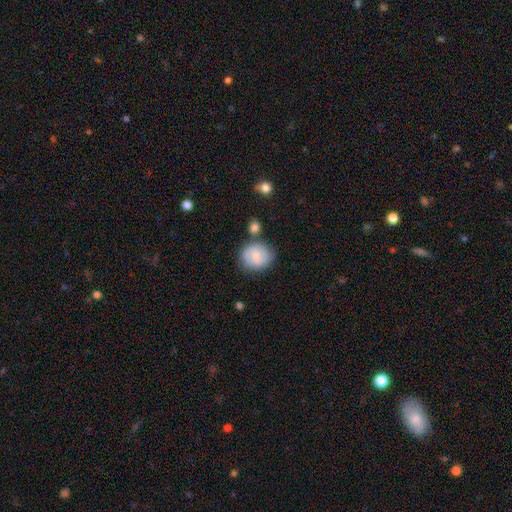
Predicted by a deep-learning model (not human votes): smooth 74%, featured or disk 18%, star or artifact 7%. Down the decision tree: how rounded — round (73%); merging — none (71%).